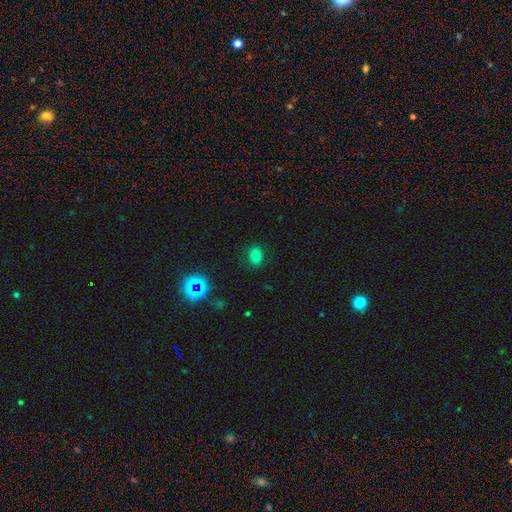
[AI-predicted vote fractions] Smooth or featured? Predicted: smooth (p=0.73). How rounded? Predicted: in between (p=0.60). Merging? Predicted: none (p=0.83).